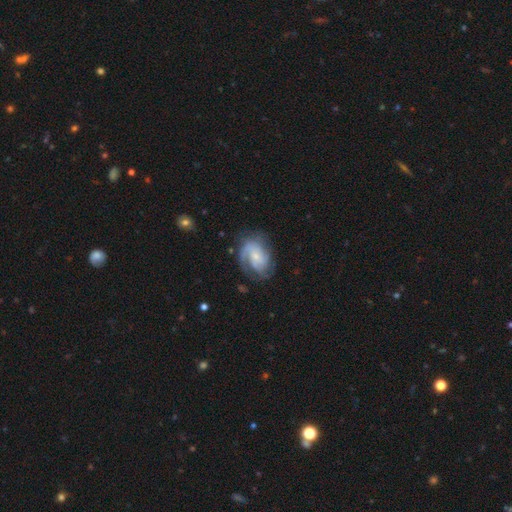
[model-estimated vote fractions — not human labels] Smooth or featured?
  - featured or disk: 75% *
  - smooth: 19%
  - star or artifact: 6%
Edge-on disk?
  - no: 97% *
  - yes: 3%
Bar?
  - no: 62% *
  - weak: 32%
  - strong: 6%
Spiral arms?
  - yes: 91% *
  - no: 9%
Spiral winding?
  - tight: 42% *
  - medium: 40%
  - loose: 18%
Spiral arm count?
  - 2: 37% *
  - can't tell: 26%
  - 1: 16%
  - 3: 15%
  - 4: 4%
  - more than 4: 3%
Bulge size?
  - small: 67% *
  - moderate: 24%
  - none: 5%
  - large: 2%
  - dominant: 1%
Merging?
  - none: 61% *
  - minor disturbance: 22%
  - major disturbance: 15%
  - merger: 2%